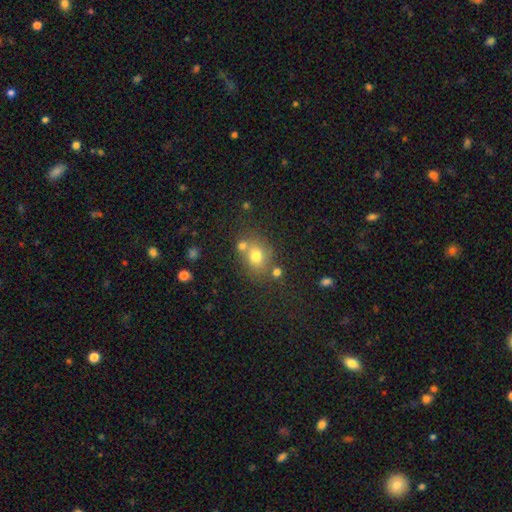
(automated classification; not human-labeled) smooth_or_featured: smooth (p=0.72) [alt: star or artifact p=0.15]
how_rounded: round (p=0.55) [alt: in between p=0.44]
merging: none (p=0.59) [alt: merger p=0.22]